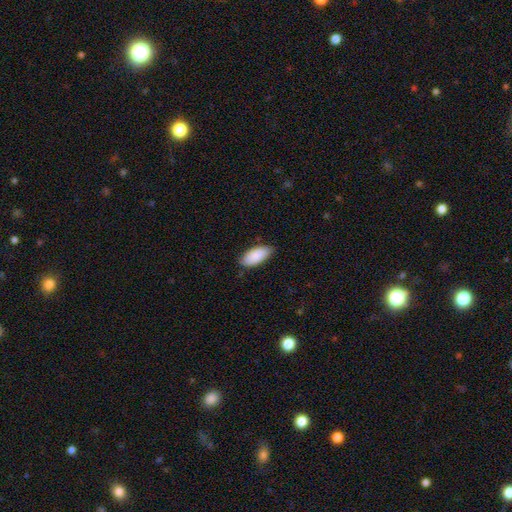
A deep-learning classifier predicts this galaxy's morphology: Smooth or featured? smooth (89%)
How rounded? in between (91%)
Merging? none (79%)